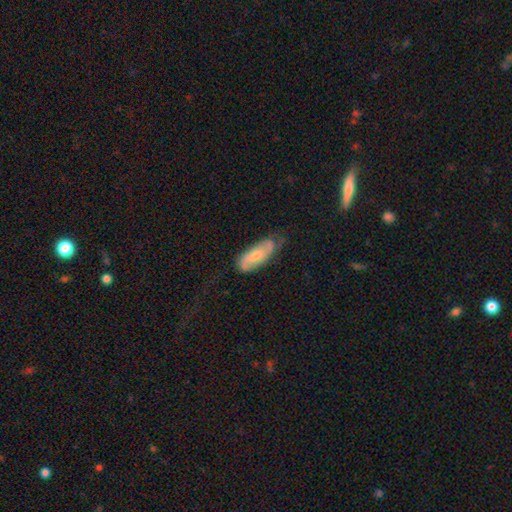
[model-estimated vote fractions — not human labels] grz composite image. It shows a smooth galaxy with no disk features (52%) that is in between round and cigar-shaped (72%). Merging: none (60%).